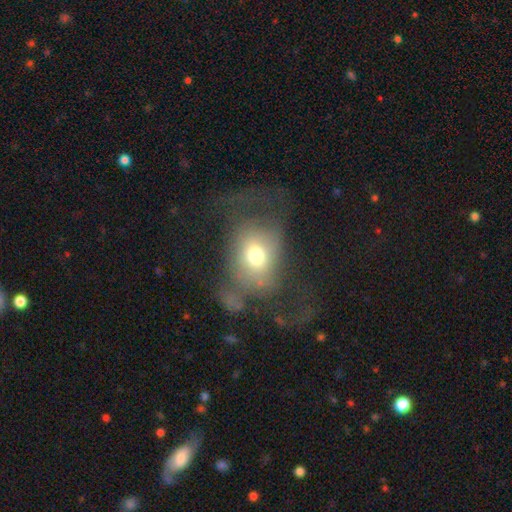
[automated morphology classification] The model was most divided on "how rounded": in between: 53%, round: 46%, cigar-shaped: 2%. Remaining: smooth or featured — smooth (64%); merging — major disturbance (45%).